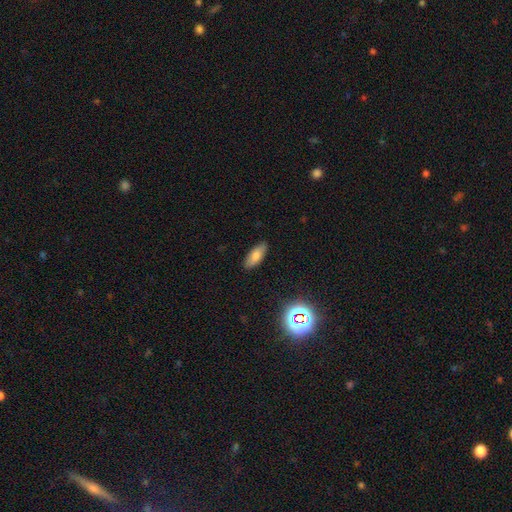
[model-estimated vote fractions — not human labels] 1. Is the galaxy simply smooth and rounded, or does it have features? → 77% smooth, 13% featured or disk, 10% star or artifact.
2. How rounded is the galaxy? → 77% in between, 21% cigar-shaped, 3% round.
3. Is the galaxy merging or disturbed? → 86% none, 10% minor disturbance, 2% major disturbance, 1% merger.